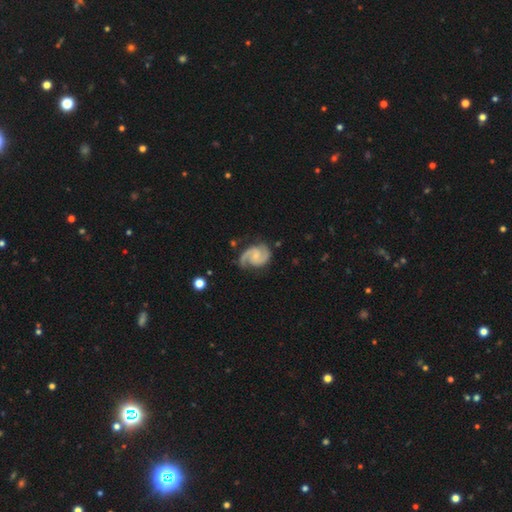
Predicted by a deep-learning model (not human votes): Overall: featured or disk (92%). Edge-on disk: no (98%). Bar: no (51%; weak 40%). Spiral arms: yes (98%). Spiral arm count: 2 (93%). Spiral winding: medium (58%; tight 27%). Bulge size: small (58%; moderate 22%). Merging: none (75%).